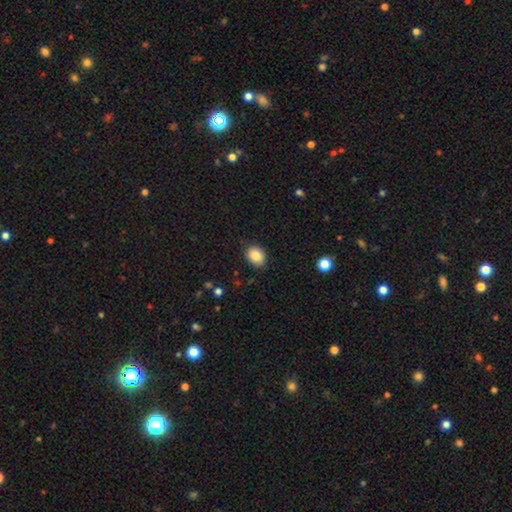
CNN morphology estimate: This appears to be a smooth galaxy with no disk features (86%) that is in between round and cigar-shaped (57%). Merging: none (87%).